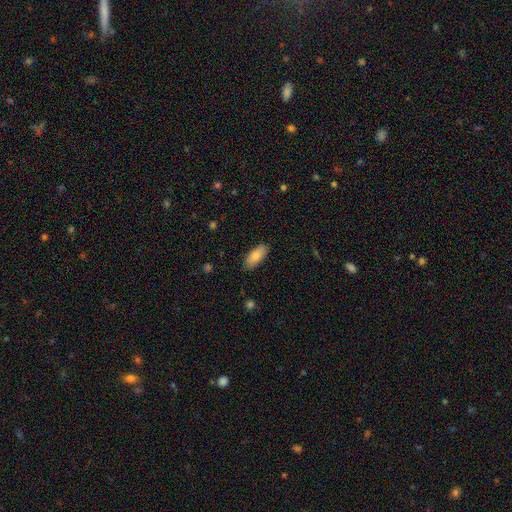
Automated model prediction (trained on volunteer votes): The model was most divided on "smooth or featured": smooth: 81%, featured or disk: 13%, star or artifact: 6%. More confident: merging — none (85%); how rounded — in between (84%).